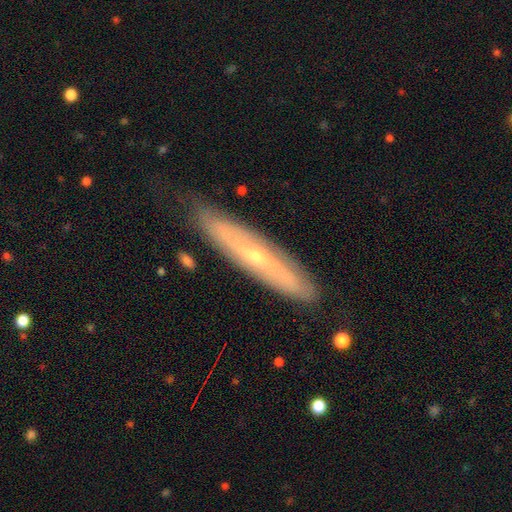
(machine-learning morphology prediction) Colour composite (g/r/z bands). It shows a featured or disk galaxy (69%) viewed edge-on (55%). Merging: none (79%).